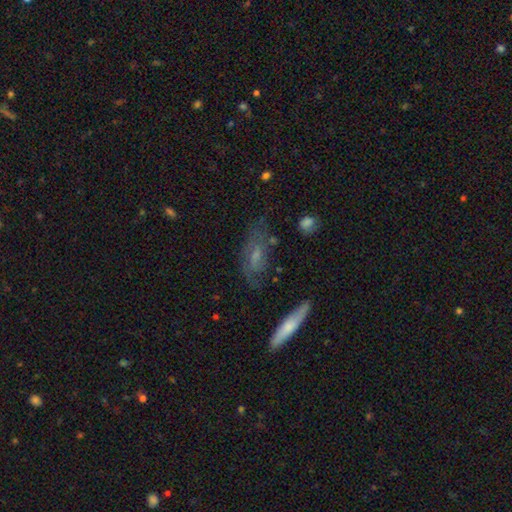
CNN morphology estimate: A featured or disk galaxy (51%). Merging: none (63%).